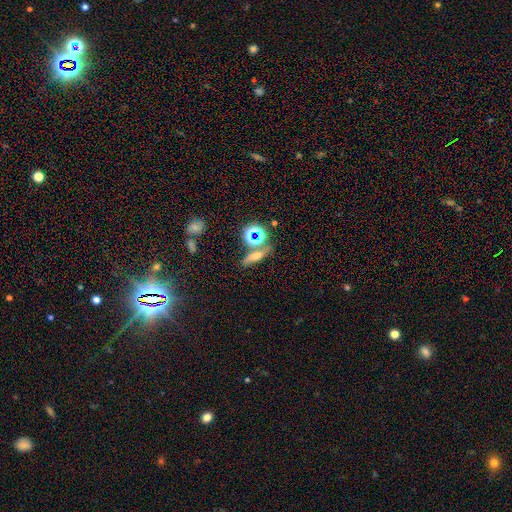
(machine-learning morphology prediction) A smooth galaxy with no disk features (45%).

Vote fractions:
- Smooth or featured? smooth: 45% / star or artifact: 31% / featured or disk: 24%
- Merging? none: 63% / merger: 18% / minor disturbance: 12% / major disturbance: 6%